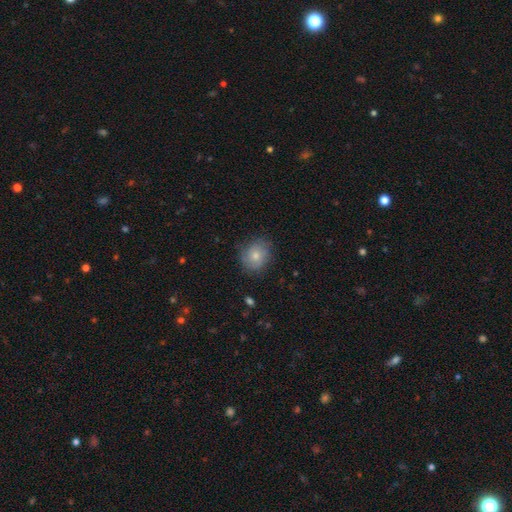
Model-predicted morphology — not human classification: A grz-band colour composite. It shows a smooth galaxy with no disk features (71%) that is round (73%). Merging: none (75%).